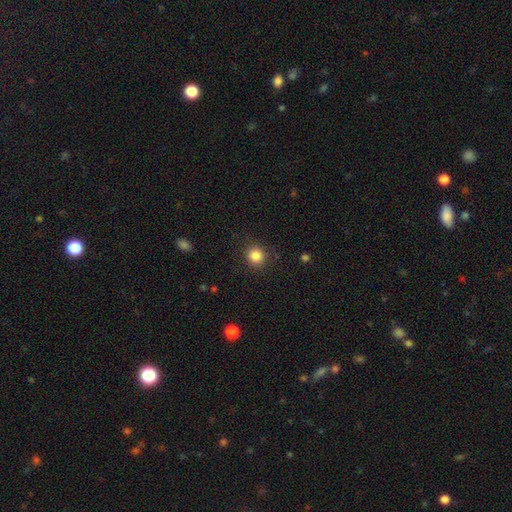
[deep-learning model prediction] This is clearly a smooth galaxy (85%). How rounded: clearly round (91%). Merging: clearly none (89%).